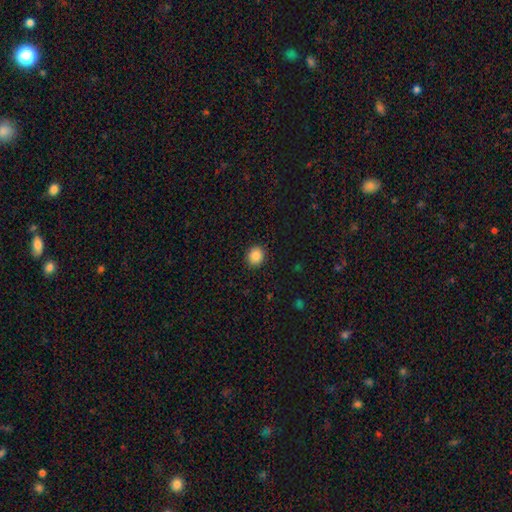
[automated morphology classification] type=smooth (88%); roundness=round (81%); merging=none (91%).